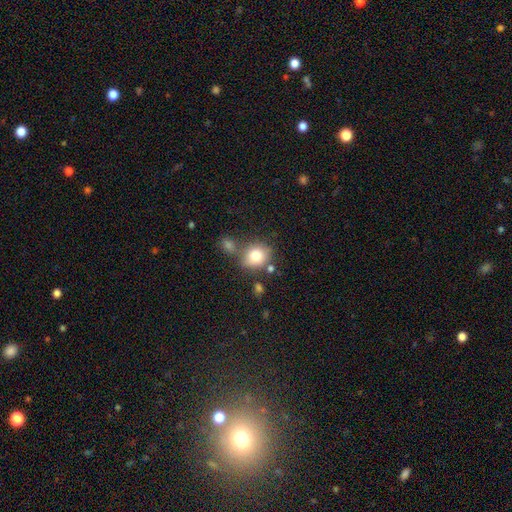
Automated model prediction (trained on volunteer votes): The model was most divided on "how rounded": round: 70%, in between: 29%, cigar-shaped: 1%. More confident: smooth or featured — smooth (78%); merging — none (61%).